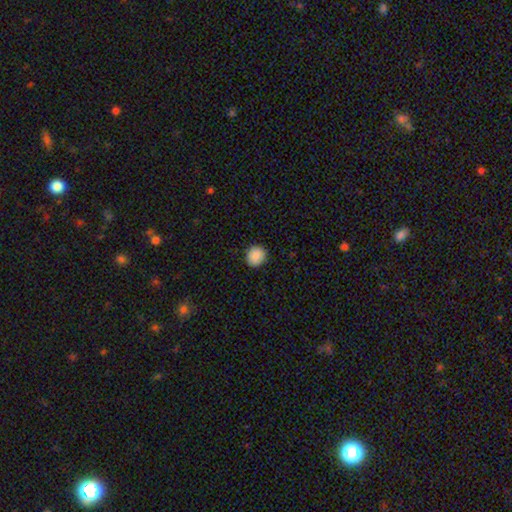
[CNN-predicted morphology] A smooth galaxy with no disk features (89%) that is round (86%).

Vote fractions:
- Smooth or featured? smooth: 89% / star or artifact: 8% / featured or disk: 3%
- How rounded? round: 86% / in between: 13% / cigar-shaped: 1%
- Merging? none: 90% / minor disturbance: 7% / major disturbance: 2% / merger: 1%